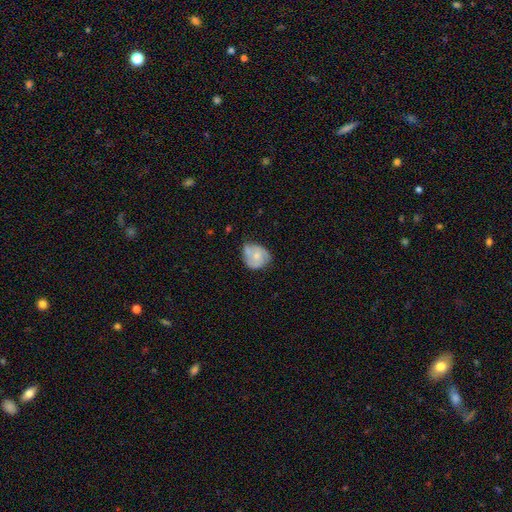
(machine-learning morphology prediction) Smooth or featured: smooth — 56% (featured or disk — 37%)
How rounded: round — 68% (in between — 31%)
Merging: none — 42% (minor disturbance — 35%)